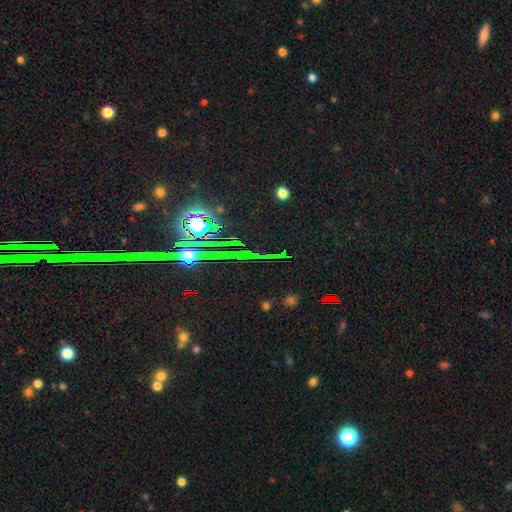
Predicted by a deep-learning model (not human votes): smooth_or_featured: star or artifact (p=0.84) [alt: featured or disk p=0.08]